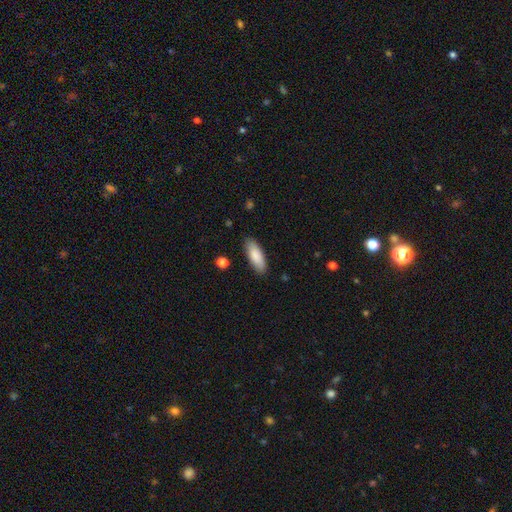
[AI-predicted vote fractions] Q: Smooth or featured?
A: smooth (86%); runner-up: featured or disk (8%)
Q: How rounded?
A: in between (71%); runner-up: cigar-shaped (28%)
Q: Merging?
A: none (87%); runner-up: minor disturbance (10%)